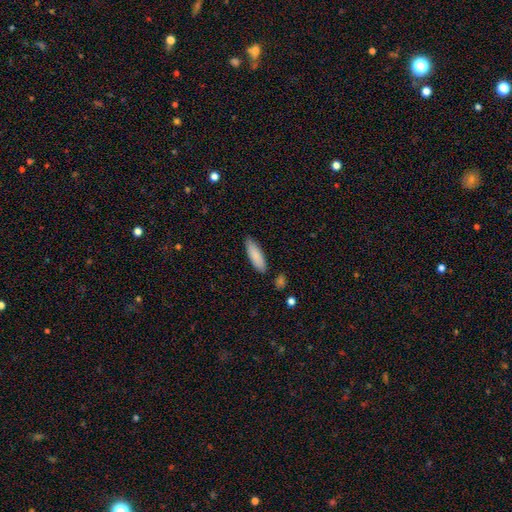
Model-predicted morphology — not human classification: Smooth or featured: smooth — 86% (featured or disk — 8%)
How rounded: in between — 53% (cigar-shaped — 45%)
Merging: none — 84% (minor disturbance — 11%)